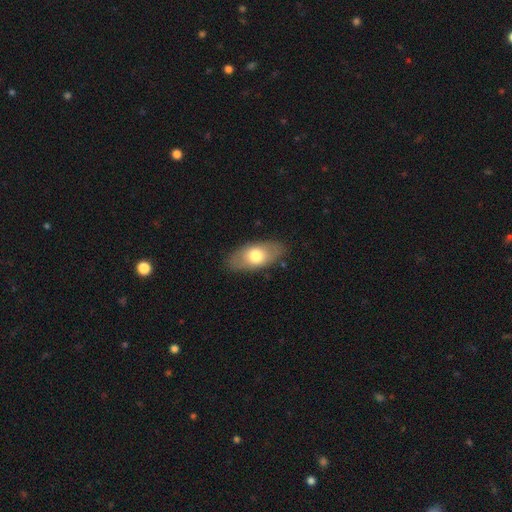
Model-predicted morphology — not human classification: The model was most divided on "smooth or featured": smooth: 67%, featured or disk: 27%, star or artifact: 6%. More confident: how rounded — in between (89%); merging — none (84%).